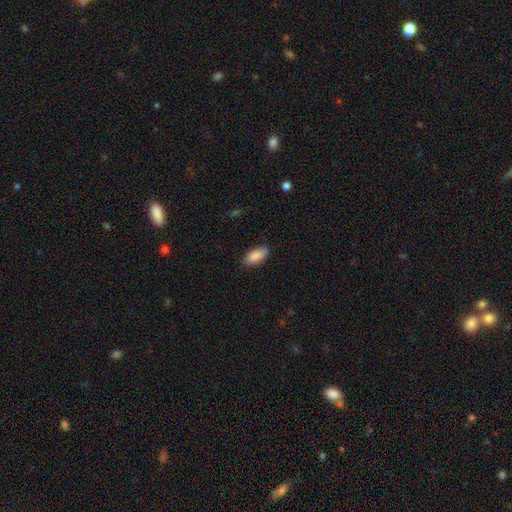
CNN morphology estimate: Smooth or featured? Predicted: smooth (p=0.89). How rounded? Predicted: in between (p=0.87). Merging? Predicted: none (p=0.86).